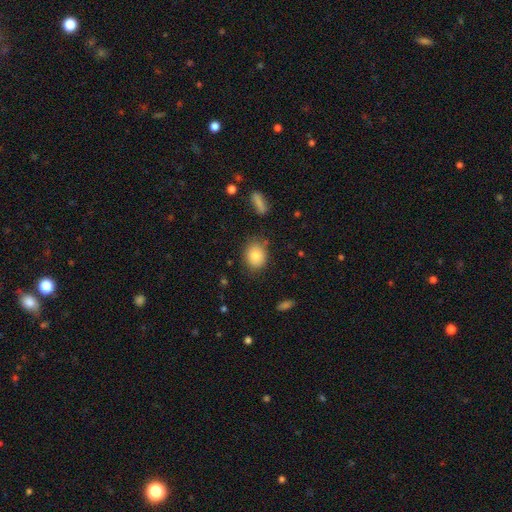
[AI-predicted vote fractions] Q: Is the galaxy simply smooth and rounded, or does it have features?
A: smooth — 82%.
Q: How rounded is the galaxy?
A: round — 52%.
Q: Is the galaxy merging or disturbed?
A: none — 78%.